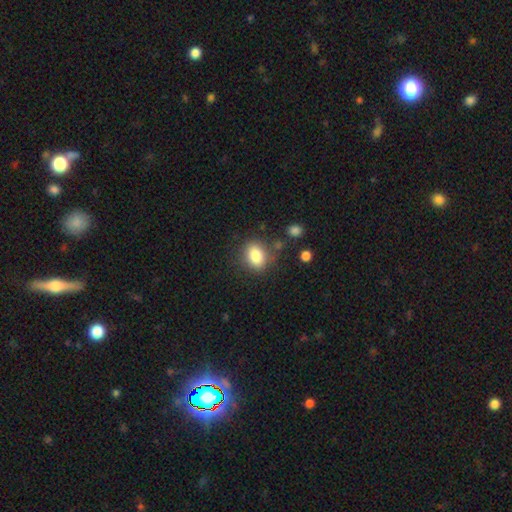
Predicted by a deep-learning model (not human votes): Smooth or featured? Predicted: smooth (p=0.83). How rounded? Predicted: in between (p=0.62). Merging? Predicted: none (p=0.79).